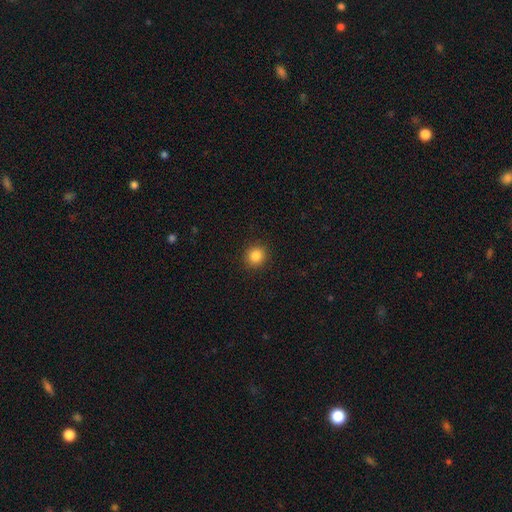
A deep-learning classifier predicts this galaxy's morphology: This appears to be a smooth galaxy with no disk features (85%) that is round (90%). Merging: none (92%).